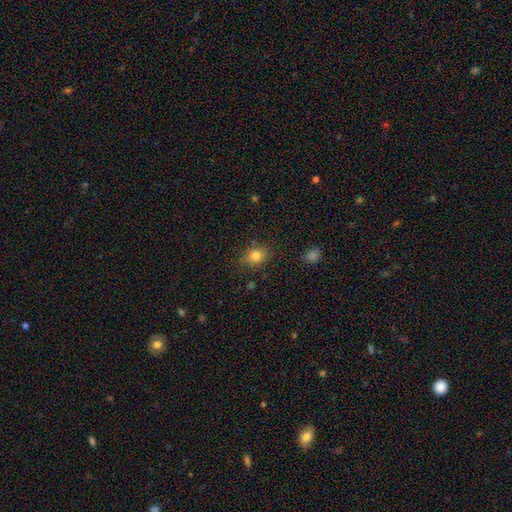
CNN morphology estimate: Smooth or featured? Predicted: smooth (p=0.81). How rounded? Predicted: round (p=0.57). Merging? Predicted: none (p=0.79).